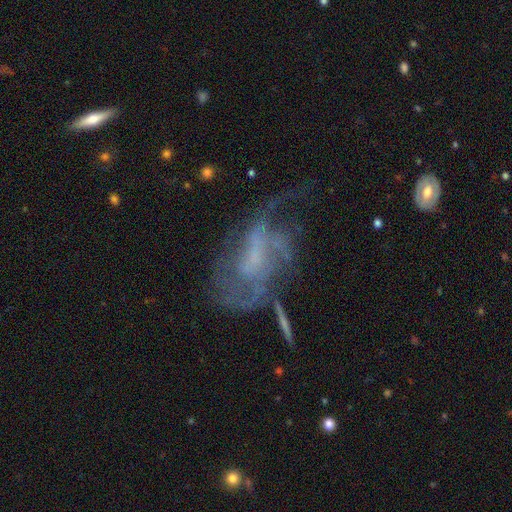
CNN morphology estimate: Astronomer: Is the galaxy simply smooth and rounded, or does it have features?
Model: featured or disk — 77%.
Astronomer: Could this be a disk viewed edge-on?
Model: no — 95%.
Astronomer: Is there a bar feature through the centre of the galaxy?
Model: no — 47% (runner-up: weak, 40%).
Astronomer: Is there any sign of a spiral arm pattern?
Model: yes — 80%.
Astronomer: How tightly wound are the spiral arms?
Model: medium — 41% (runner-up: loose, 37%).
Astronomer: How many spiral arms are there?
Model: can't tell — 37% (runner-up: 2, 26%).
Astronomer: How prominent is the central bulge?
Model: none — 43% (runner-up: small, 32%).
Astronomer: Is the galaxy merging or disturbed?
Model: none — 37% (runner-up: major disturbance, 36%).